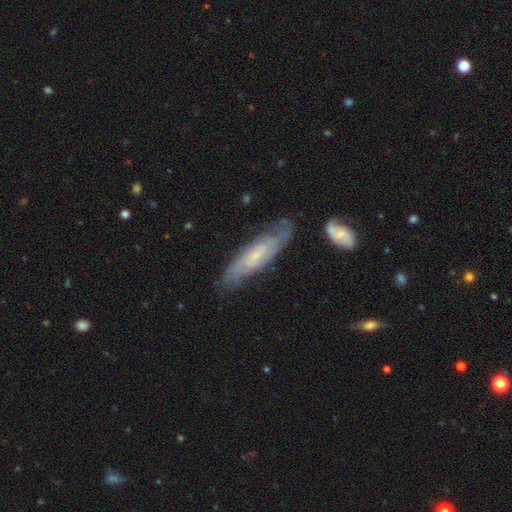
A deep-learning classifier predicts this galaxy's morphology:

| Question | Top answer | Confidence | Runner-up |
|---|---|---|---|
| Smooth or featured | featured or disk | 68% | smooth (25%) |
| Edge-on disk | no | 73% | yes (27%) |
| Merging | none | 72% | minor disturbance (19%) |